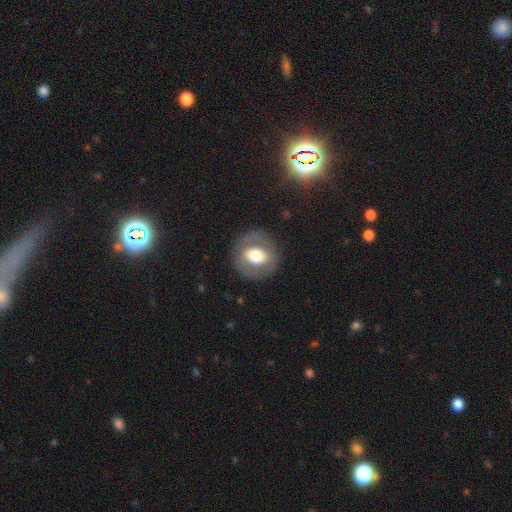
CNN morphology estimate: The model was most divided on "smooth or featured": smooth: 50%, featured or disk: 43%, star or artifact: 7%. More confident: merging — none (83%).